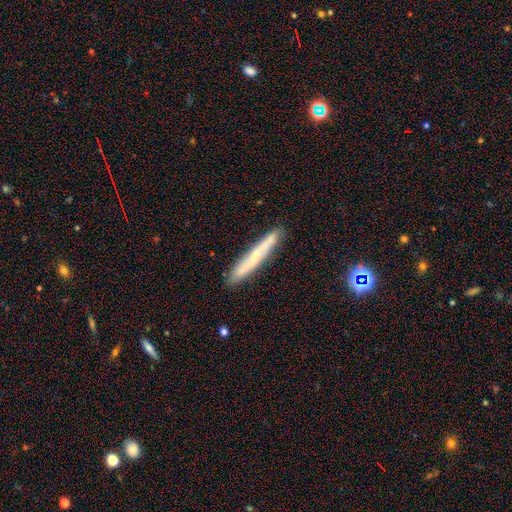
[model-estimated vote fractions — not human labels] Smooth or featured? smooth (48%)
Merging? none (86%)